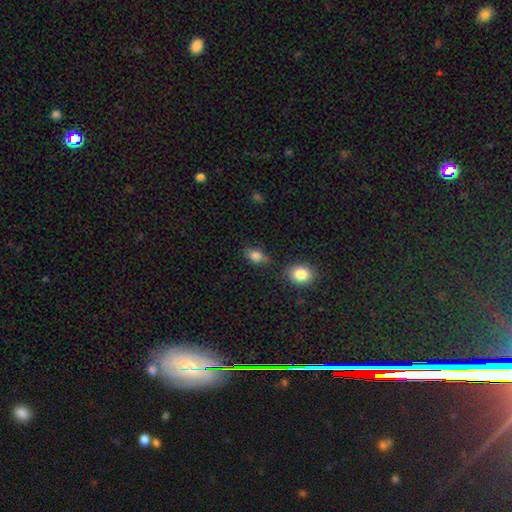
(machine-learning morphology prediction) Smooth or featured? smooth (83%)
How rounded? in between (80%)
Merging? none (69%)